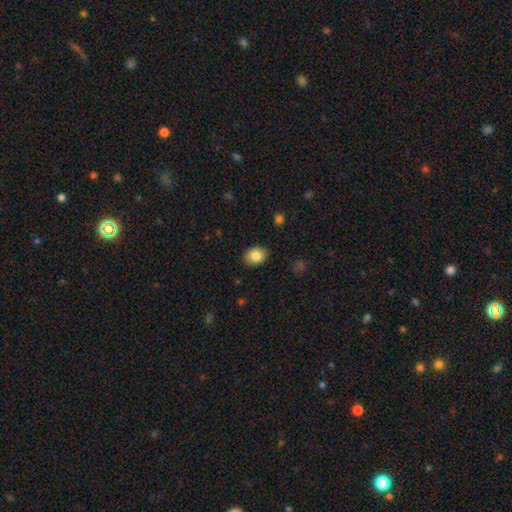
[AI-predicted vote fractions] Smooth or featured?
  - smooth: 85% *
  - star or artifact: 8%
  - featured or disk: 7%
How rounded?
  - in between: 69% *
  - round: 30%
  - cigar-shaped: 1%
Merging?
  - none: 88% *
  - minor disturbance: 9%
  - major disturbance: 2%
  - merger: 1%